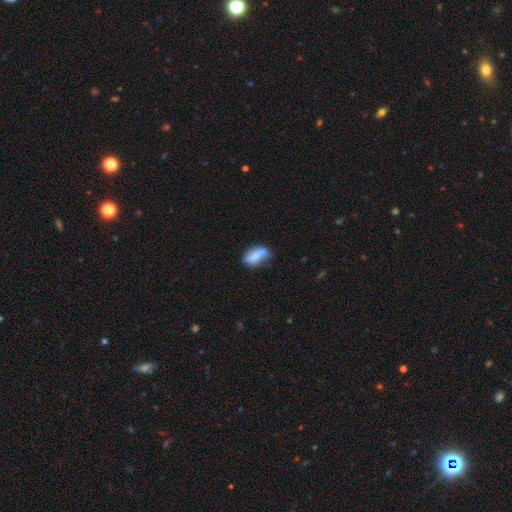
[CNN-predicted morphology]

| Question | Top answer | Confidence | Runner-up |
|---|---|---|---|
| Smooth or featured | smooth | 71% | featured or disk (20%) |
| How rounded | in between | 82% | cigar-shaped (13%) |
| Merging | none | 46% | minor disturbance (28%) |